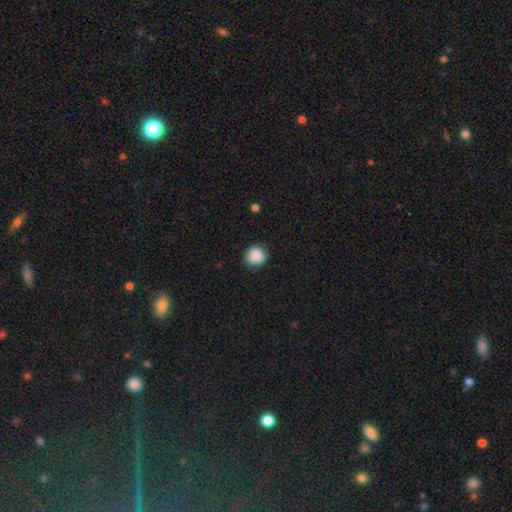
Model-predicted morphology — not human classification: Overall: smooth (88%). How rounded: round (87%). Merging: none (83%).